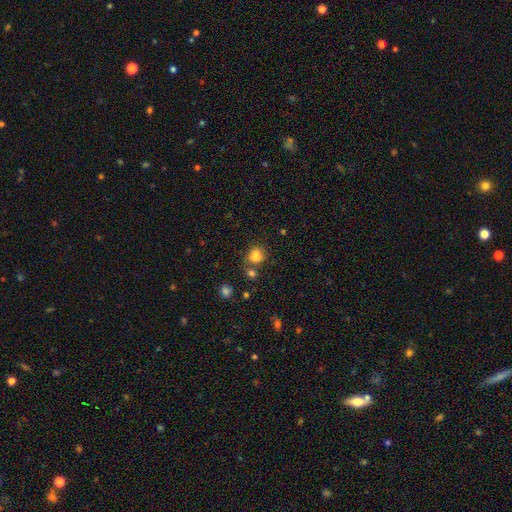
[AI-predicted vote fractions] A smooth galaxy with no disk features (77%) that is round (61%).

Vote fractions:
- Smooth or featured? smooth: 77% / star or artifact: 14% / featured or disk: 8%
- How rounded? round: 61% / in between: 38% / cigar-shaped: 1%
- Merging? none: 49% / merger: 31% / minor disturbance: 14% / major disturbance: 6%